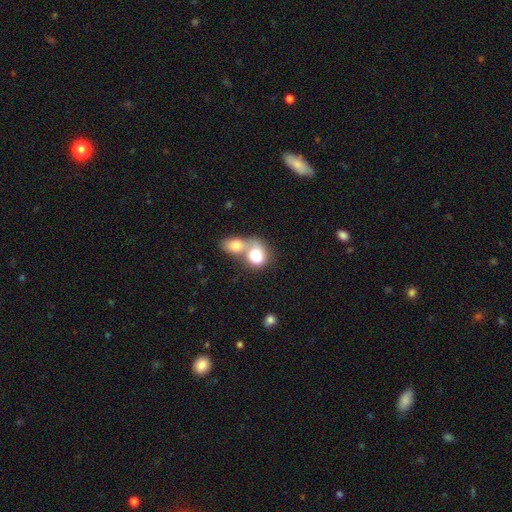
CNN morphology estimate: Smooth or featured? Predicted: smooth (p=0.77). How rounded? Predicted: in between (p=0.56). Merging? Predicted: merger (p=0.76).